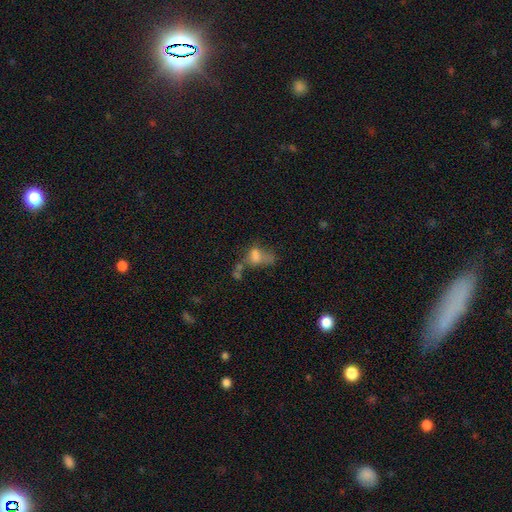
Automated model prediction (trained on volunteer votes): A smooth galaxy with no disk features (55%) that is in between round and cigar-shaped (79%). Merging: merger (41%).